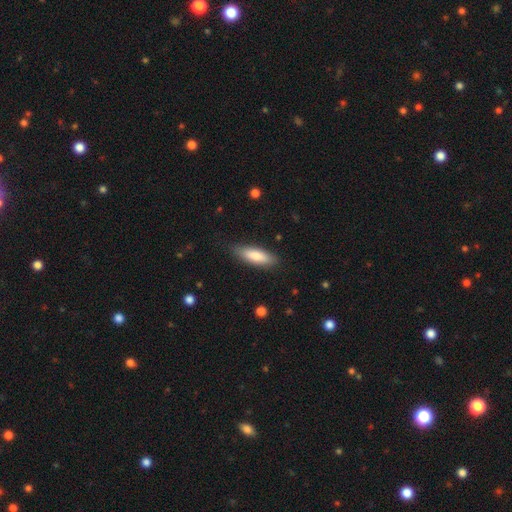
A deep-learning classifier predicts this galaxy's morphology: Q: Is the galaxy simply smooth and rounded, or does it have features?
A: smooth — 79%.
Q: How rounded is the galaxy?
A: in between — 56%.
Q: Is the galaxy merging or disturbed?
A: none — 83%.